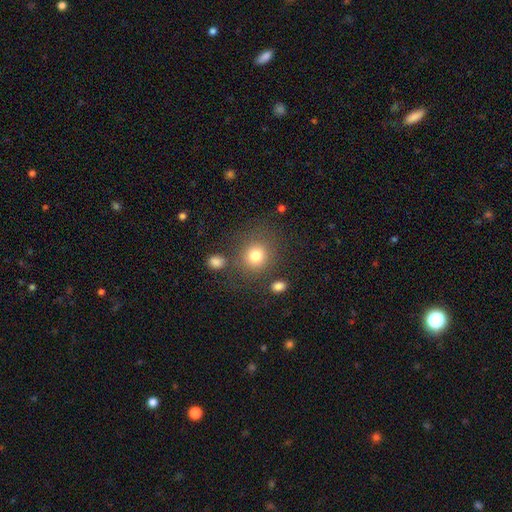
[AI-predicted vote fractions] A smooth galaxy with no disk features (79%) that is round (83%). Merging: none (75%).